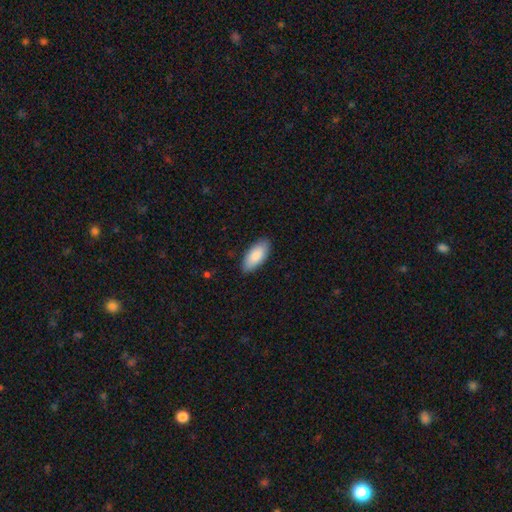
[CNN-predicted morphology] A smooth galaxy with no disk features (87%) that is in between round and cigar-shaped (90%). Merging: none (87%).